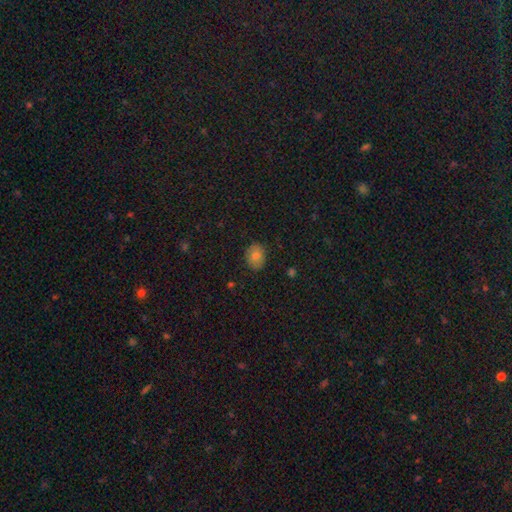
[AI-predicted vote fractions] The model was most divided on "how rounded": round: 52%, in between: 47%, cigar-shaped: 1%. More confident: merging — none (85%); smooth or featured — smooth (78%).